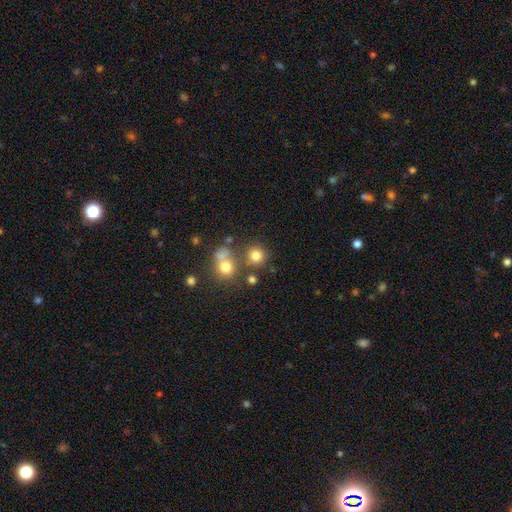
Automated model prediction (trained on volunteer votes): smooth-or-featured: smooth: 77% | star or artifact: 15% | featured or disk: 8%
  how-rounded: round: 90% | in between: 9% | cigar-shaped: 1%
  merging: none: 69% | merger: 17% | minor disturbance: 9% | major disturbance: 5%